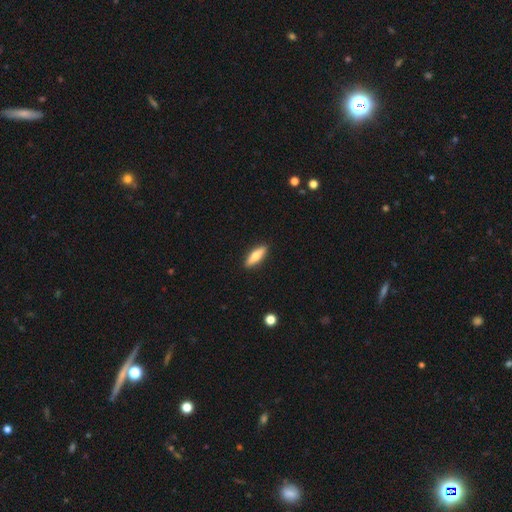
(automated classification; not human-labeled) A smooth galaxy with no disk features (67%) that is cigar-shaped (54%).

Vote fractions:
- Smooth or featured? smooth: 67% / featured or disk: 28% / star or artifact: 6%
- How rounded? cigar-shaped: 54% / in between: 44% / round: 2%
- Merging? none: 91% / minor disturbance: 7% / major disturbance: 2% / merger: 1%